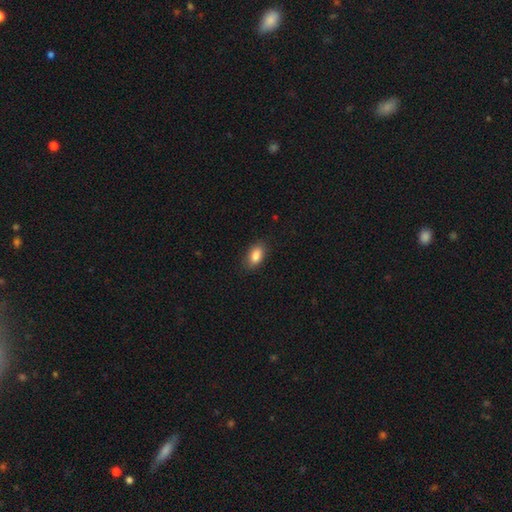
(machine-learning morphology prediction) This is clearly a smooth galaxy (87%). How rounded: clearly in between (89%). Merging: clearly none (83%).